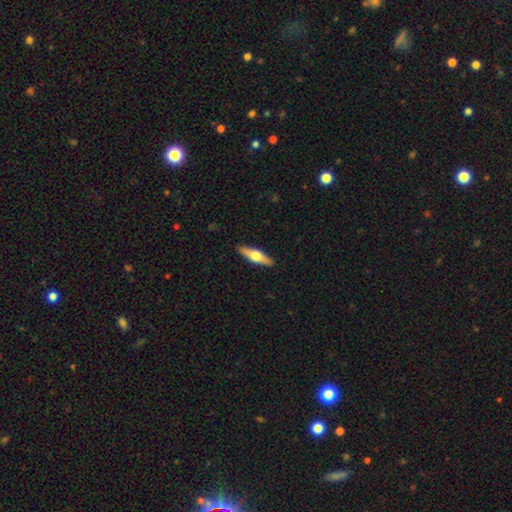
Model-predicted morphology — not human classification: Smooth or featured?
  - featured or disk: 53% *
  - smooth: 42%
  - star or artifact: 5%
Edge-on disk?
  - yes: 94% *
  - no: 6%
Merging?
  - none: 91% *
  - minor disturbance: 7%
  - major disturbance: 1%
  - merger: 1%